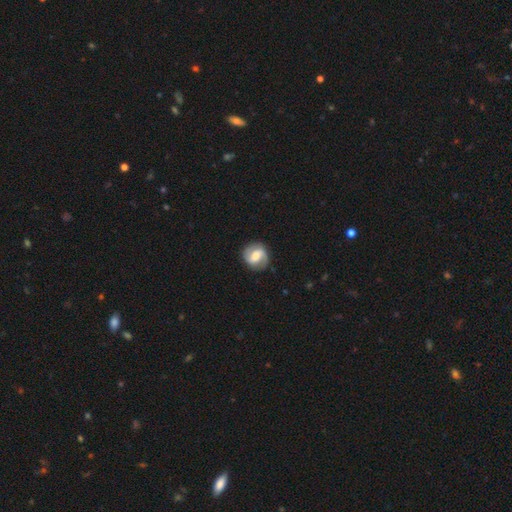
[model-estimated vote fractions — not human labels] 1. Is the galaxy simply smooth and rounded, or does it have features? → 66% featured or disk, 28% smooth, 6% star or artifact.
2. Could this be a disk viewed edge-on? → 97% no, 3% yes.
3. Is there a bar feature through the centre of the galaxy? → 47% weak, 33% strong, 20% no.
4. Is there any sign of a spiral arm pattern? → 87% yes, 13% no.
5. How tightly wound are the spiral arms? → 43% medium, 29% tight, 28% loose.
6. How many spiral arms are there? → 86% 2, 6% 1, 5% can't tell, 1% 3, 1% 4, 1% more than 4.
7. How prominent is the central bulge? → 53% moderate, 21% small, 20% large, 4% none, 2% dominant.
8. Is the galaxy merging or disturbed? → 84% none, 11% minor disturbance, 4% major disturbance, 1% merger.